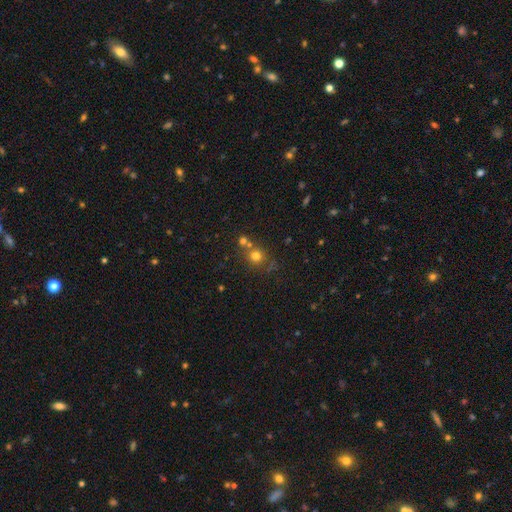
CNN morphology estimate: A smooth galaxy with no disk features (71%) that is round (88%).

Vote fractions:
- Smooth or featured? smooth: 71% / star or artifact: 19% / featured or disk: 10%
- How rounded? round: 88% / in between: 11% / cigar-shaped: 1%
- Merging? none: 63% / merger: 25% / minor disturbance: 8% / major disturbance: 4%